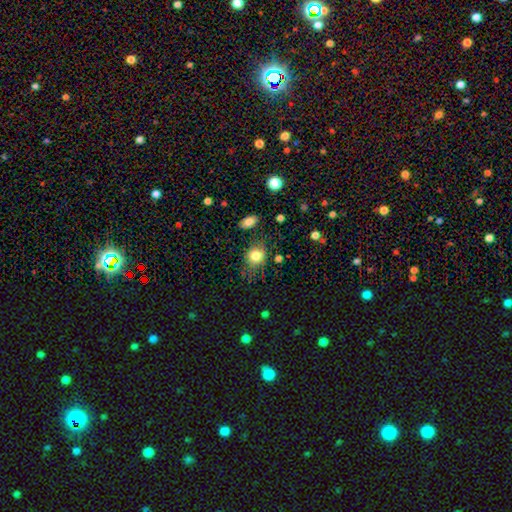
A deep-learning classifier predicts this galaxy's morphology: Overall: smooth (80%). How rounded: round (57%; in between 42%). Merging: none (70%).